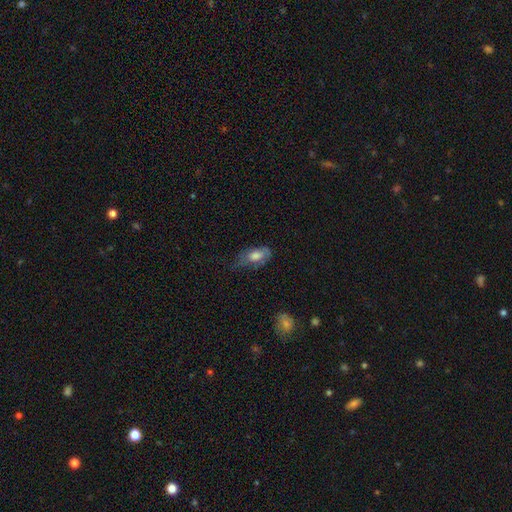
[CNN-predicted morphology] Smooth or featured? smooth (63%)
How rounded? in between (87%)
Merging? none (40%)